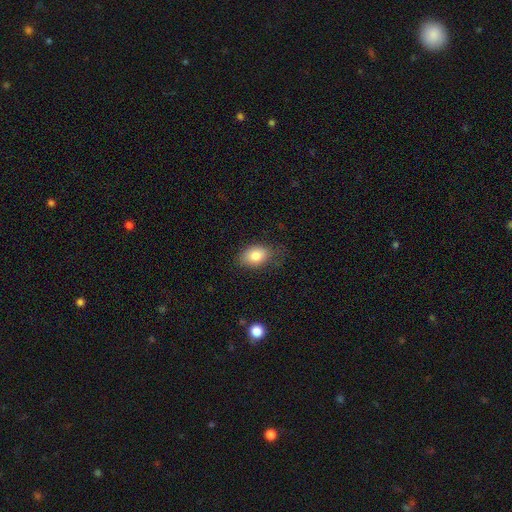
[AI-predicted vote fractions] Morphology: type=smooth (83%); roundness=in between (83%); merging=none (67%).